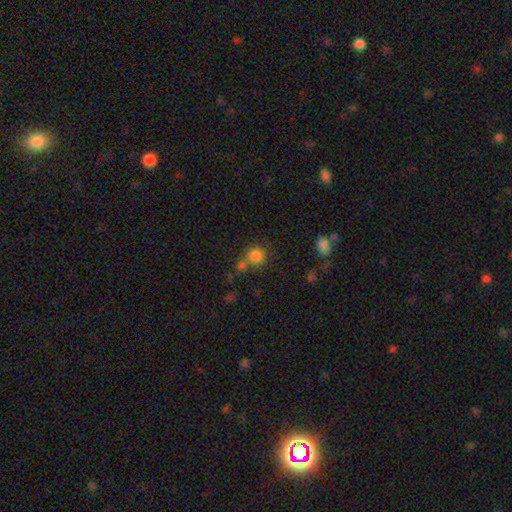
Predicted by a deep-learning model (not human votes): Smooth or featured? Predicted: smooth (p=0.81). How rounded? Predicted: round (p=0.88). Merging? Predicted: none (p=0.55).